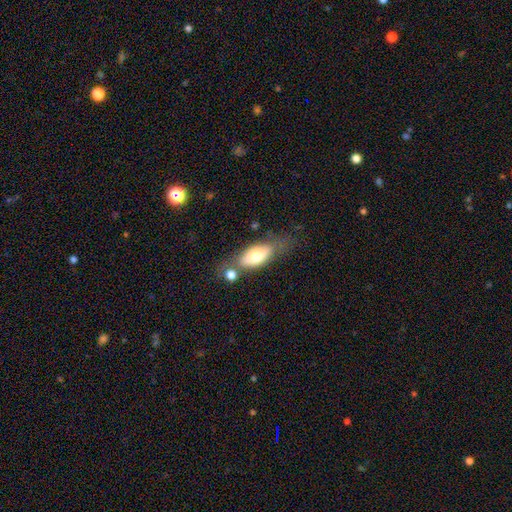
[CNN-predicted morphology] This appears to be a smooth galaxy with no disk features (68%) that is in between round and cigar-shaped (81%). Merging: none (53%).